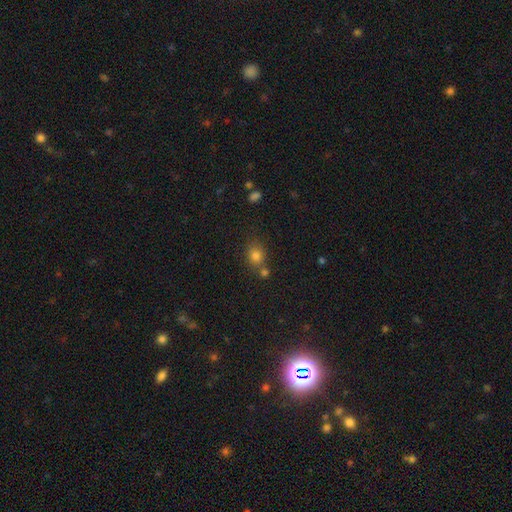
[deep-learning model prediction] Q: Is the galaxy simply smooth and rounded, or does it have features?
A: smooth — 80%.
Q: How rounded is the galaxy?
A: round — 68%.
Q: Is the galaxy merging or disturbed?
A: none — 63%.